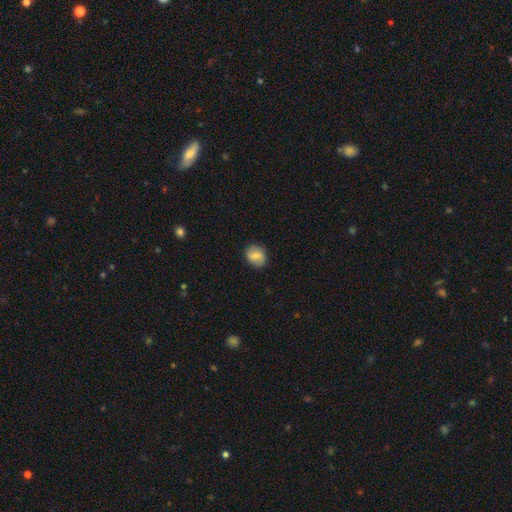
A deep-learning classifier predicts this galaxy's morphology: A smooth galaxy with no disk features (71%) that is round (73%).

Vote fractions:
- Smooth or featured? smooth: 71% / featured or disk: 21% / star or artifact: 8%
- How rounded? round: 73% / in between: 26% / cigar-shaped: 1%
- Merging? none: 85% / minor disturbance: 11% / major disturbance: 3% / merger: 1%